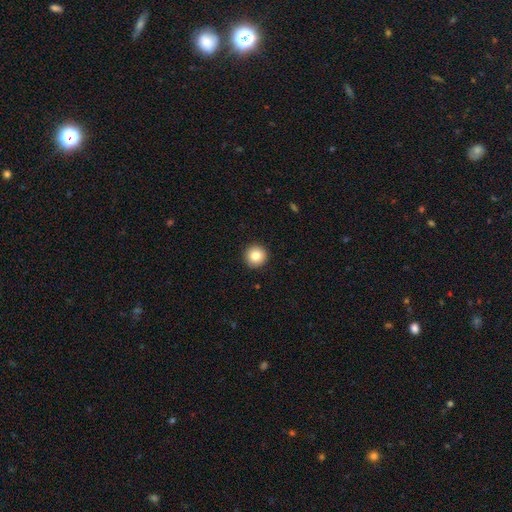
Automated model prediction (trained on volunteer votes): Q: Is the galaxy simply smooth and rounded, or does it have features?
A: smooth — 83%.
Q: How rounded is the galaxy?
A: round — 96%.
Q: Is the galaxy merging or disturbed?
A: none — 93%.